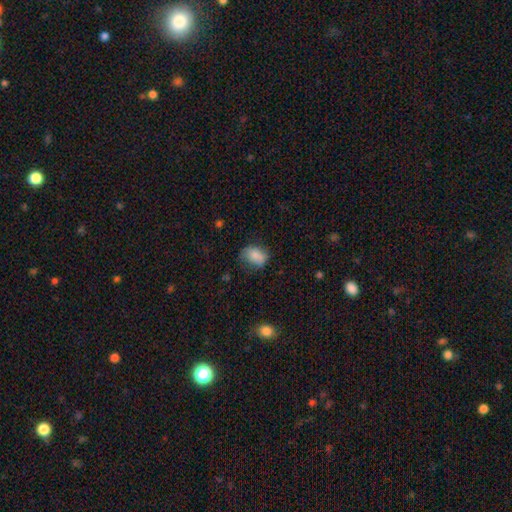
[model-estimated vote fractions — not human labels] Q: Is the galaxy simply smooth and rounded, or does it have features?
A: smooth — 81%.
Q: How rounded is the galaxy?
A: in between — 70%.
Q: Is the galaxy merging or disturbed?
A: none — 57%.